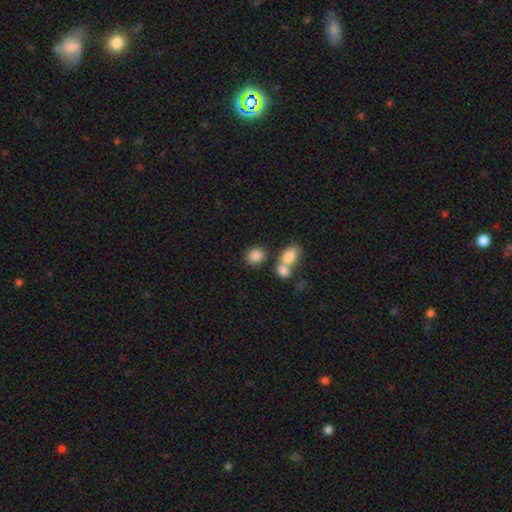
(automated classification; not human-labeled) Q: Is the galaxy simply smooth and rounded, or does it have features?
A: smooth — 85%.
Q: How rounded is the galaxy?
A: round — 55%.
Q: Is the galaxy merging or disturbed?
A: none — 59%.